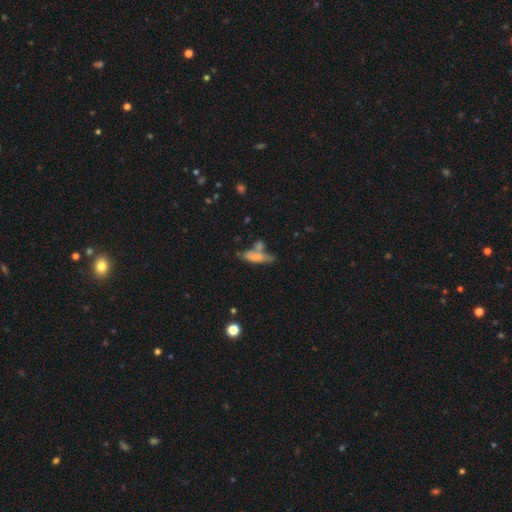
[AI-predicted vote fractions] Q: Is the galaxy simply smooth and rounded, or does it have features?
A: smooth — 67%.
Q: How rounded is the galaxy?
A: cigar-shaped — 53%.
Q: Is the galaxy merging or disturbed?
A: none — 38%.